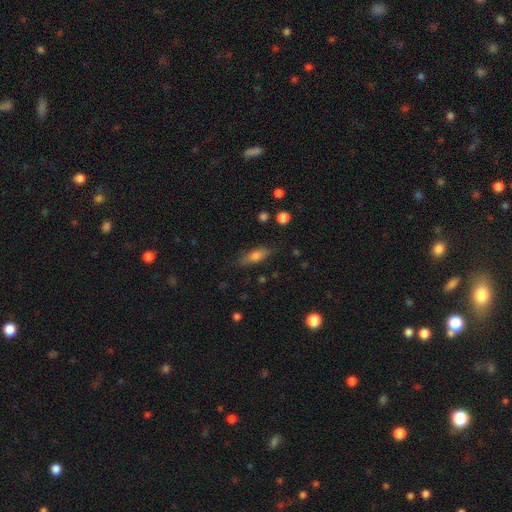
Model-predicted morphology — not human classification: Smooth or featured: smooth — 62% (featured or disk — 28%)
How rounded: in between — 55% (cigar-shaped — 41%)
Merging: none — 80% (minor disturbance — 15%)